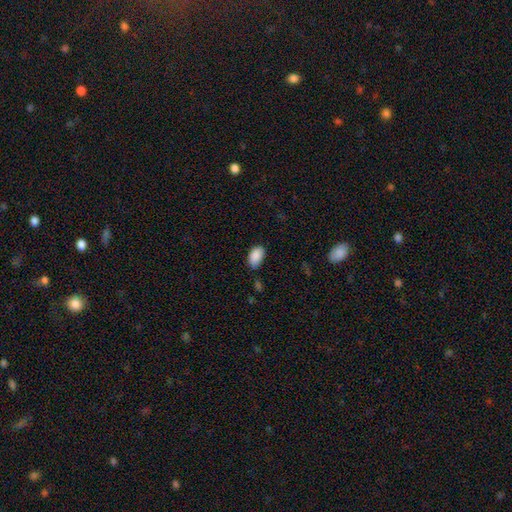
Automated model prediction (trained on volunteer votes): This appears to be a smooth galaxy with no disk features (89%) that is in between round and cigar-shaped (92%). Merging: none (70%).